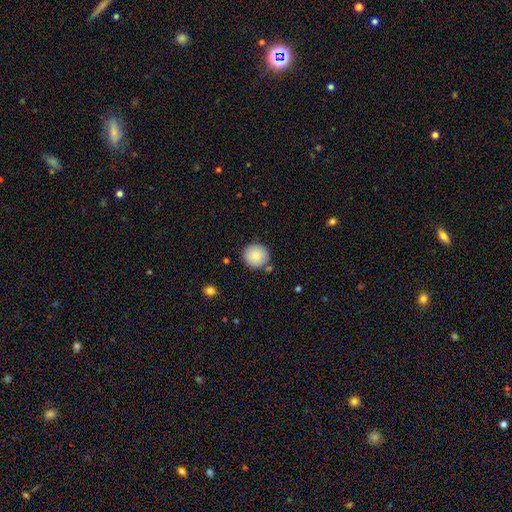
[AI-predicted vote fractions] smooth_or_featured: smooth (p=0.86) [alt: star or artifact p=0.08]
how_rounded: round (p=0.94) [alt: in between p=0.05]
merging: none (p=0.86) [alt: minor disturbance p=0.09]